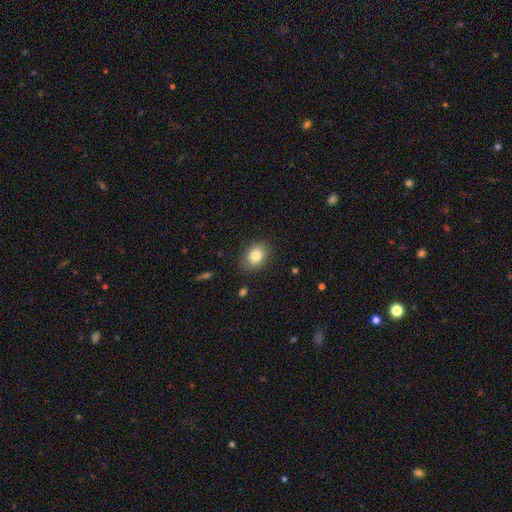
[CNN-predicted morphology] This appears to be a smooth galaxy with no disk features (81%) that is in between round and cigar-shaped (69%). Merging: none (84%).